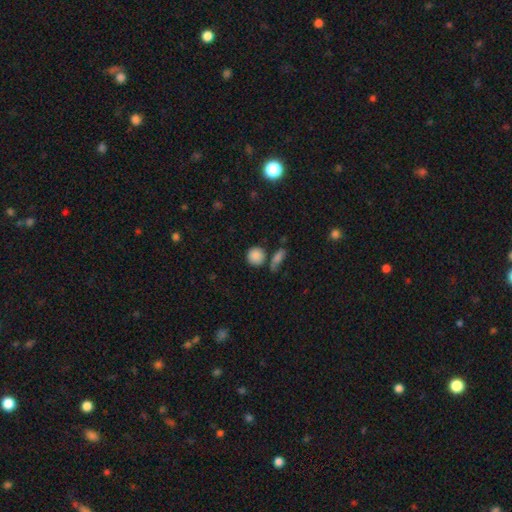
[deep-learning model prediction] A smooth galaxy with no disk features (85%) that is round (87%).

Vote fractions:
- Smooth or featured? smooth: 85% / star or artifact: 9% / featured or disk: 6%
- How rounded? round: 87% / in between: 11% / cigar-shaped: 2%
- Merging? none: 69% / merger: 15% / minor disturbance: 12% / major disturbance: 4%